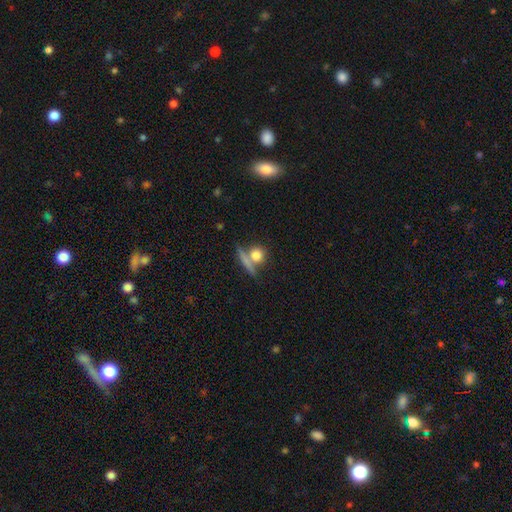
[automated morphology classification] smooth_or_featured: smooth (p=0.77) [alt: featured or disk p=0.13]
how_rounded: round (p=0.78) [alt: in between p=0.13]
merging: none (p=0.57) [alt: merger p=0.27]